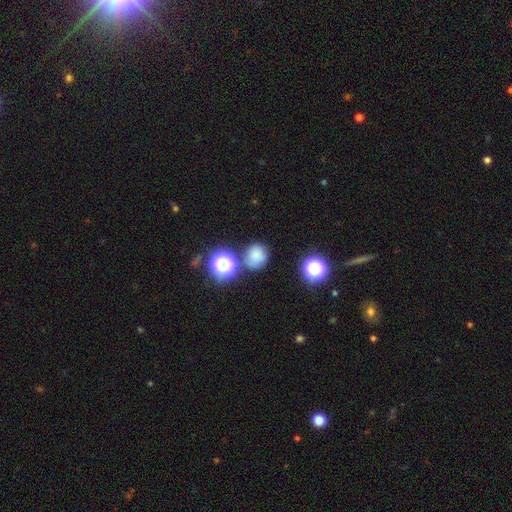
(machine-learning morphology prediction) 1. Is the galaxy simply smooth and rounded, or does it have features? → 75% smooth, 17% star or artifact, 7% featured or disk.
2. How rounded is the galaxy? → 81% round, 18% in between, 1% cigar-shaped.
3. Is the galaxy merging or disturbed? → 67% none, 14% minor disturbance, 13% merger, 5% major disturbance.